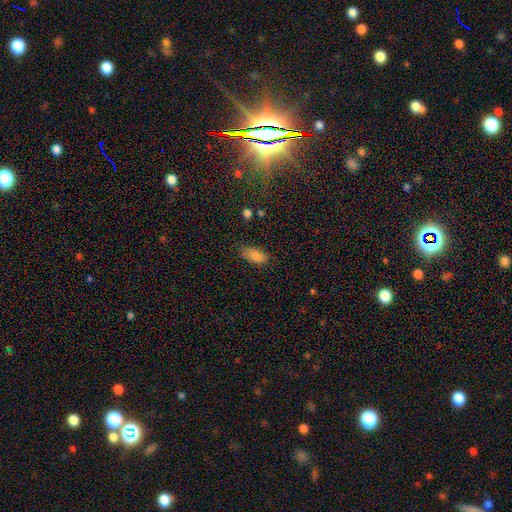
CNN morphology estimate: type=smooth (81%); roundness=in between (89%); merging=none (74%).